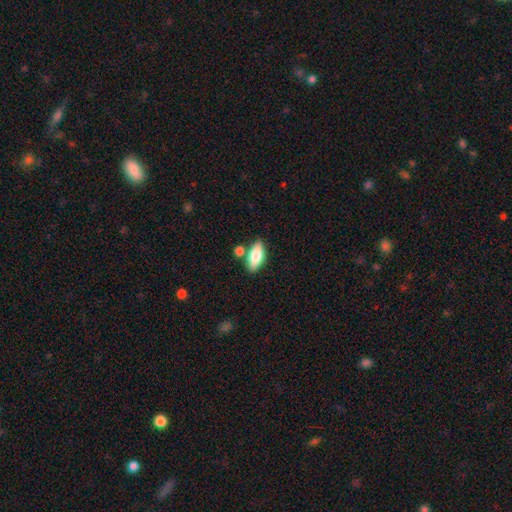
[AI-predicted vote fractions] smooth_or_featured: smooth (p=0.78) [alt: featured or disk p=0.15]
how_rounded: in between (p=0.83) [alt: cigar-shaped p=0.14]
merging: none (p=0.71) [alt: merger p=0.14]